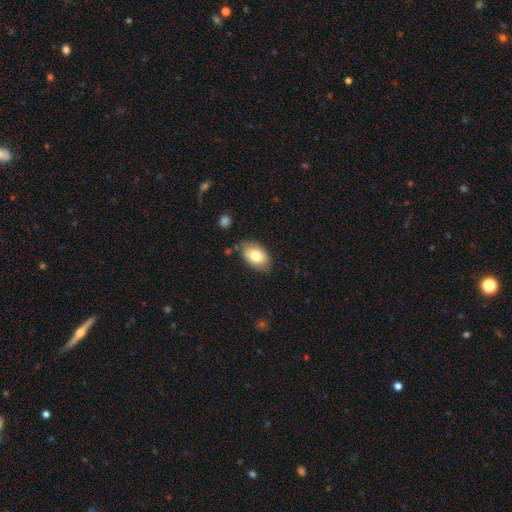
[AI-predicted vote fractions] Smooth or featured: smooth — 78% (featured or disk — 15%)
How rounded: in between — 88% (round — 10%)
Merging: none — 77% (minor disturbance — 17%)